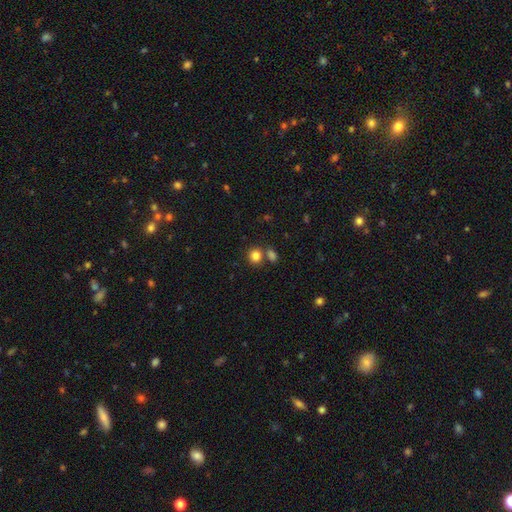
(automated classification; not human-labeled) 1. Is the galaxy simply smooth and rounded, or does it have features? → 83% smooth, 11% star or artifact, 6% featured or disk.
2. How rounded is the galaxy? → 76% round, 23% in between, 1% cigar-shaped.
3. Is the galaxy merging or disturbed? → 65% none, 22% merger, 9% minor disturbance, 3% major disturbance.